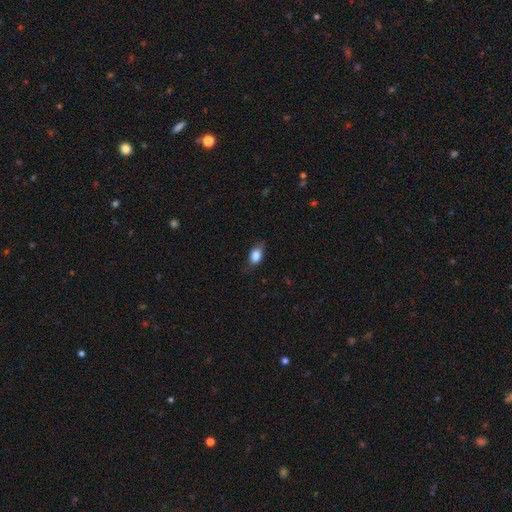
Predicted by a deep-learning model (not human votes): This appears to be a smooth galaxy with no disk features (83%) that is in between round and cigar-shaped (83%). Merging: none (69%).